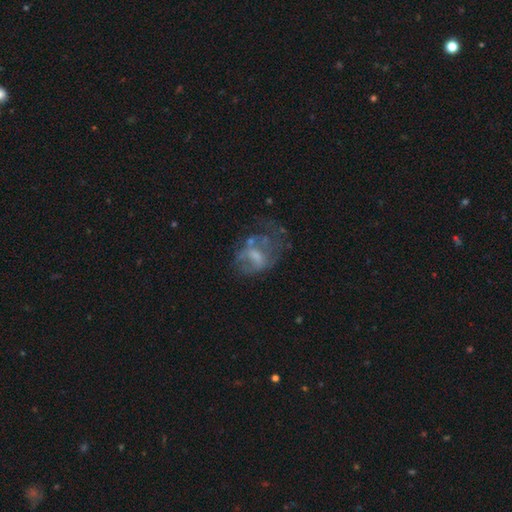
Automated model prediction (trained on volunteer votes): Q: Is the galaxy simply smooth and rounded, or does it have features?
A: featured or disk — 57%.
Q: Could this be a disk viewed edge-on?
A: no — 97%.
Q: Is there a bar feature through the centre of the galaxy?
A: no — 57%.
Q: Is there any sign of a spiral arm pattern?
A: no — 69%.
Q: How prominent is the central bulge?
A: moderate — 34%.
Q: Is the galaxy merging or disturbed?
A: major disturbance — 40%.